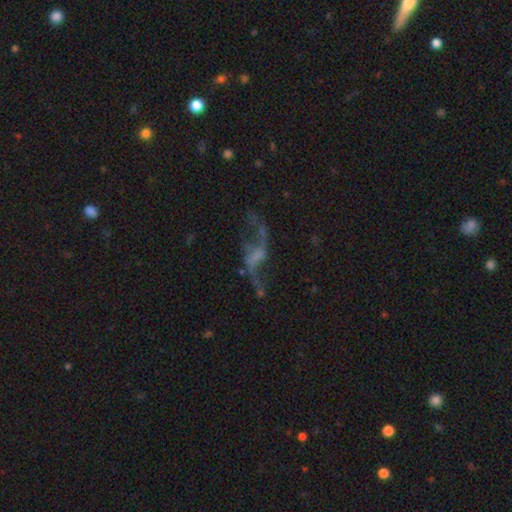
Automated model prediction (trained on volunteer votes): Smooth or featured?
  - featured or disk: 79% *
  - star or artifact: 11%
  - smooth: 10%
Edge-on disk?
  - no: 95% *
  - yes: 5%
Bar?
  - no: 39% *
  - weak: 38%
  - strong: 23%
Spiral arms?
  - yes: 86% *
  - no: 14%
Spiral winding?
  - loose: 92% *
  - medium: 6%
  - tight: 2%
Spiral arm count?
  - 2: 91% *
  - 1: 4%
  - can't tell: 2%
  - 3: 1%
  - 4: 1%
  - more than 4: 1%
Bulge size?
  - none: 65% *
  - small: 19%
  - moderate: 10%
  - large: 5%
  - dominant: 2%
Merging?
  - none: 52% *
  - major disturbance: 26%
  - minor disturbance: 15%
  - merger: 7%